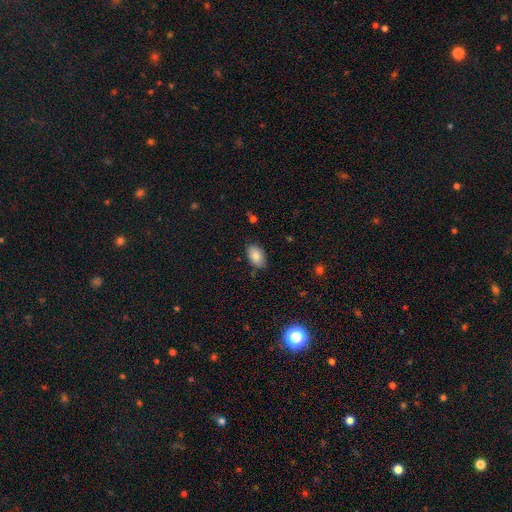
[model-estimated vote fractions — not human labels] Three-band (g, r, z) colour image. It shows a smooth galaxy with no disk features (87%) that is in between round and cigar-shaped (91%). Merging: none (79%).